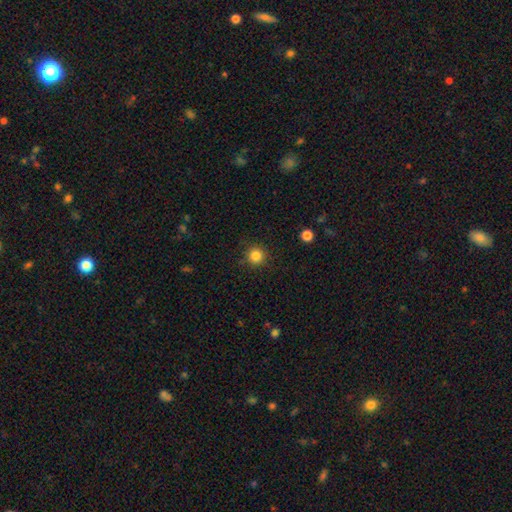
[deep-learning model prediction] This appears to be a smooth galaxy with no disk features (84%) that is round (95%). Merging: none (90%).